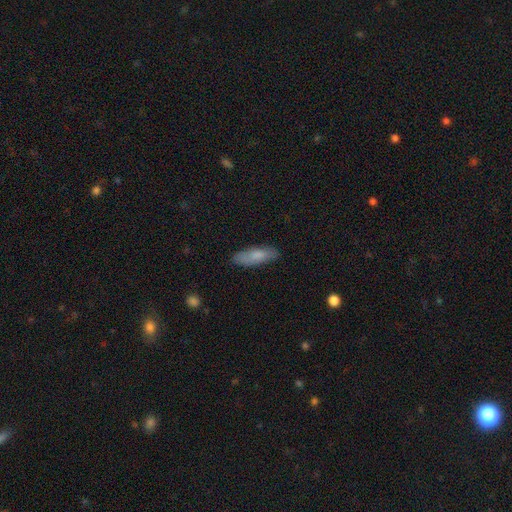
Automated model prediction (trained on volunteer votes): Smooth or featured?
  - smooth: 78% *
  - featured or disk: 16%
  - star or artifact: 6%
How rounded?
  - in between: 53% *
  - cigar-shaped: 45%
  - round: 2%
Merging?
  - none: 84% *
  - minor disturbance: 12%
  - major disturbance: 3%
  - merger: 1%